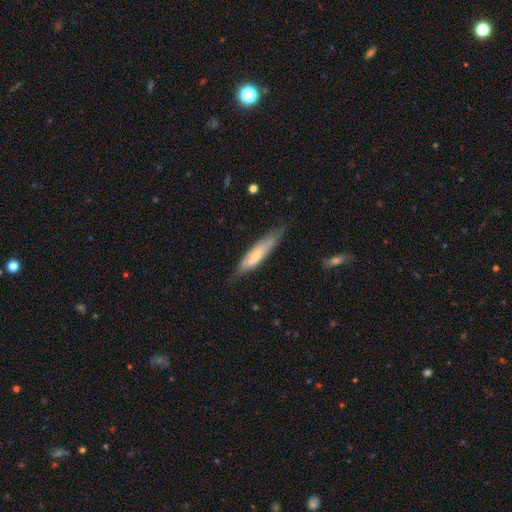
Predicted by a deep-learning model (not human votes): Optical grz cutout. It shows a smooth galaxy with no disk features (55%) that is cigar-shaped (75%). Merging: none (66%).